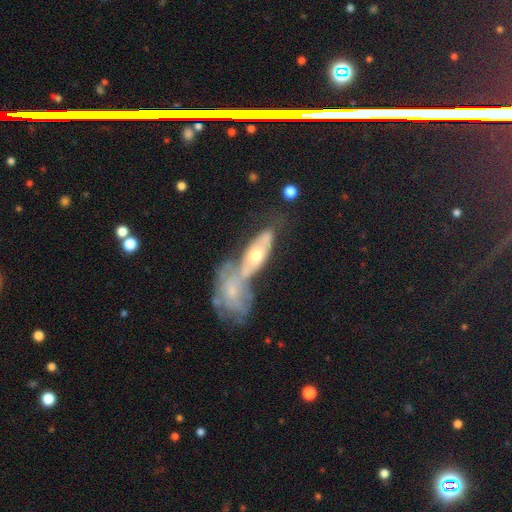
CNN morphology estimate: Smooth or featured? featured or disk (57%)
Edge-on disk? no (77%)
Merging? merger (61%)